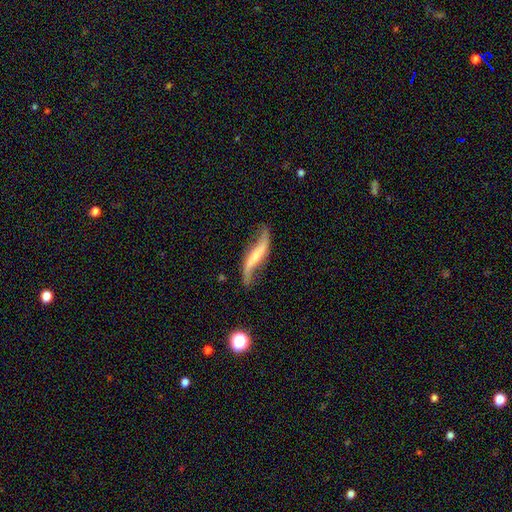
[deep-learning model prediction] A featured or disk galaxy (84%) with a strong bar (36%), 2 (92%) loose (93%) spiral arms (94%) and a small central bulge (46%). Merging: none (70%).